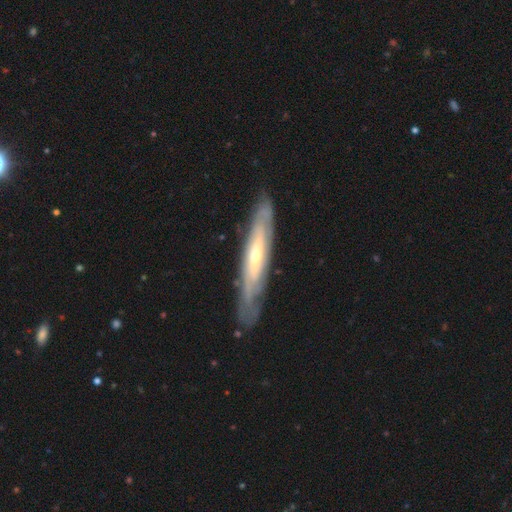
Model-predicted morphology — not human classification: This appears to be a featured or disk galaxy (76%) viewed edge-on (50%, tied with no). Merging: none (81%).